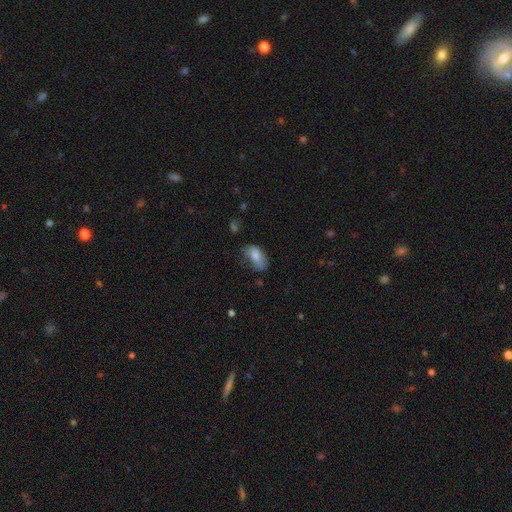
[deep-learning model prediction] smooth-or-featured: smooth: 73% | featured or disk: 19% | star or artifact: 9%
  how-rounded: in between: 91% | round: 6% | cigar-shaped: 3%
  merging: none: 38% | minor disturbance: 34% | major disturbance: 24% | merger: 3%